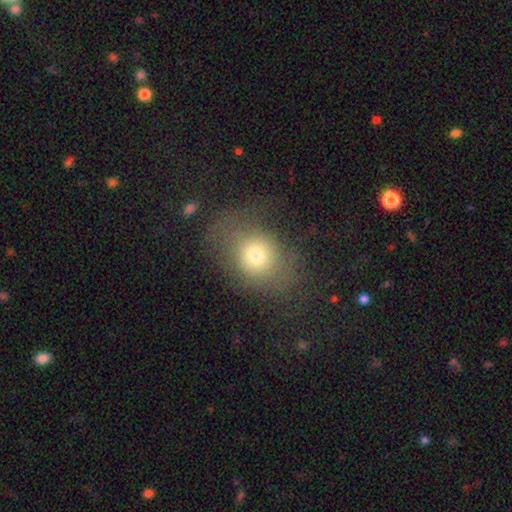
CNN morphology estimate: This is likely a smooth galaxy (70%). How rounded: possibly round (54%). Merging: possibly none (53%).